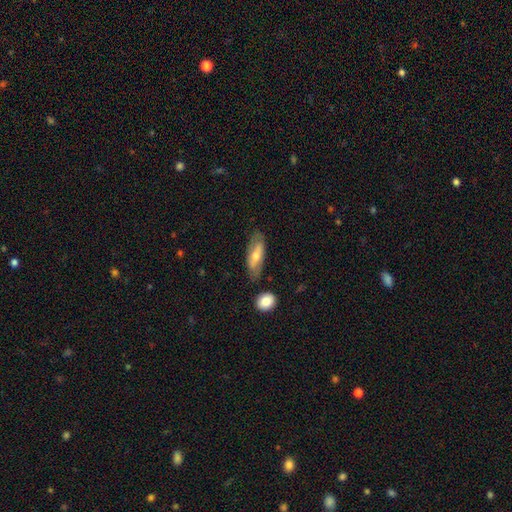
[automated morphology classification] Overall: smooth (50%; featured or disk 43%). How rounded: in between (63%; cigar-shaped 34%). Merging: none (75%).